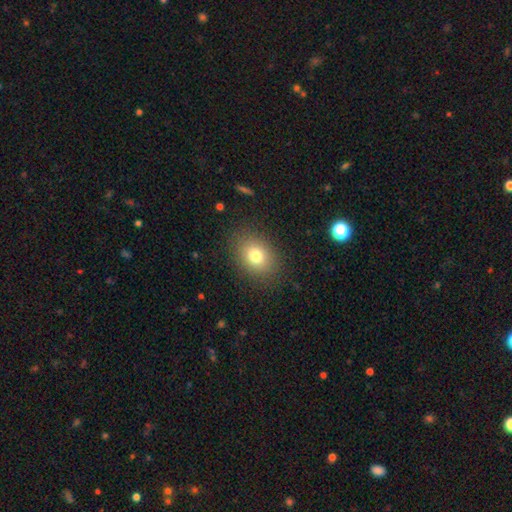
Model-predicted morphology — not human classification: Overall: smooth (78%). How rounded: in between (62%; round 37%). Merging: none (85%).